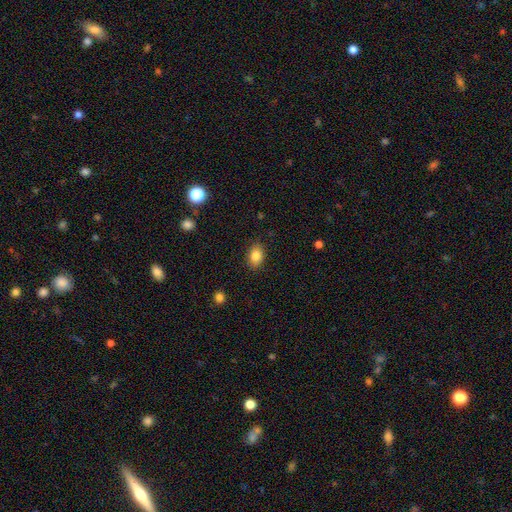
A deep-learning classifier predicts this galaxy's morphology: A smooth galaxy with no disk features (85%) that is in between round and cigar-shaped (80%). Merging: none (86%).